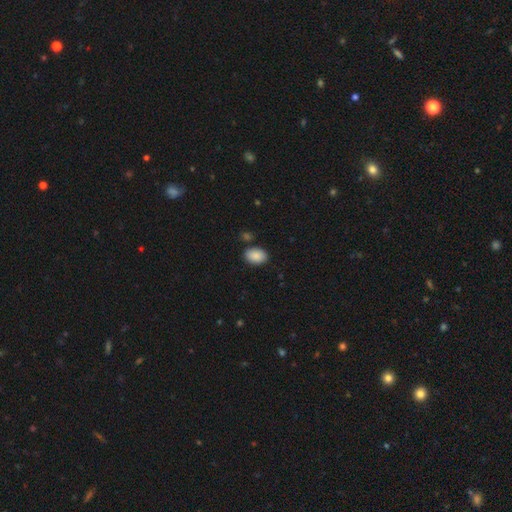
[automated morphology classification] This appears to be a smooth galaxy with no disk features (89%) that is in between round and cigar-shaped (88%). Merging: none (84%).